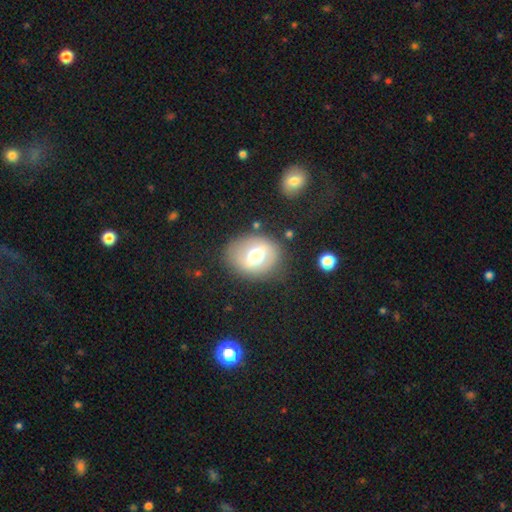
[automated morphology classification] smooth-or-featured: smooth: 46% | featured or disk: 45% | star or artifact: 9%
  merging: none: 76% | minor disturbance: 15% | major disturbance: 7% | merger: 2%